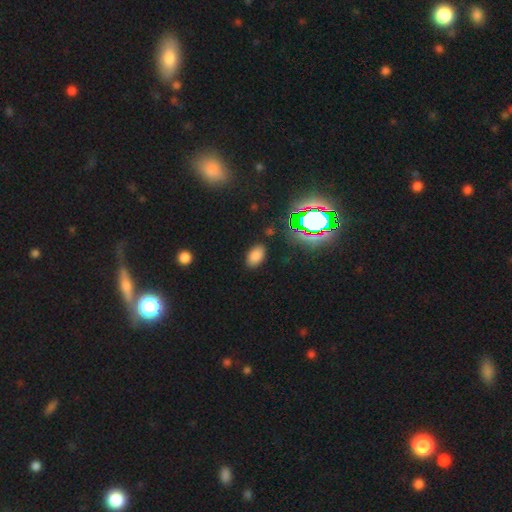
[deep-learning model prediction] Smooth or featured: smooth — 76% (star or artifact — 18%)
How rounded: in between — 91% (round — 8%)
Merging: none — 85% (minor disturbance — 10%)